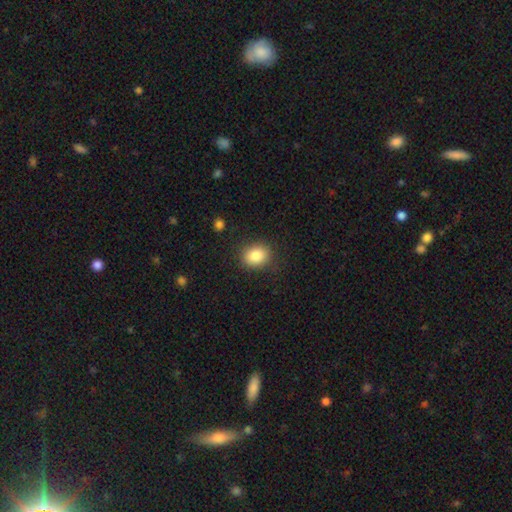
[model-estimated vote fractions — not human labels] Smooth or featured? smooth (85%)
How rounded? round (53%)
Merging? none (85%)